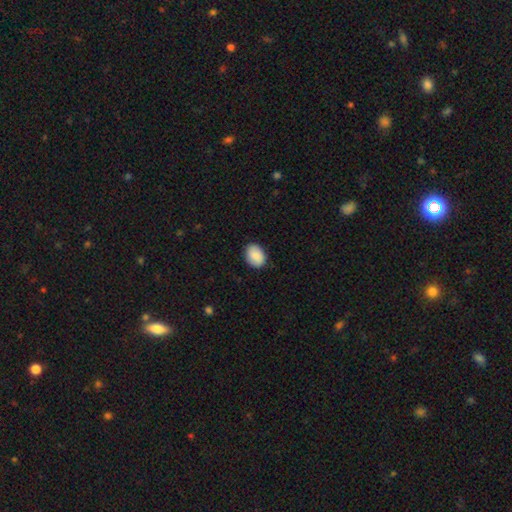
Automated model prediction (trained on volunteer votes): smooth 88%, star or artifact 6%, featured or disk 5%. Down the decision tree: how rounded — in between (69%); merging — none (87%).